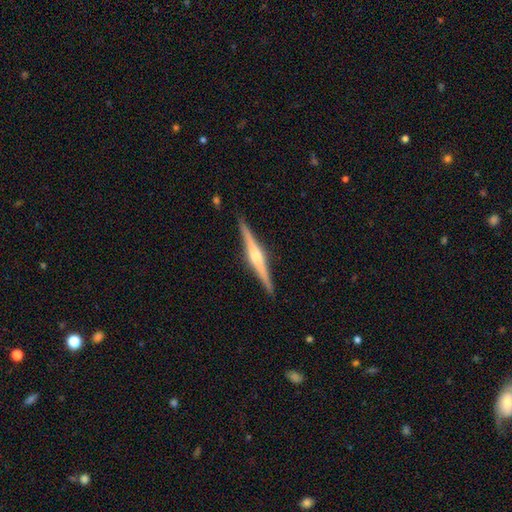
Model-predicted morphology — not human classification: This appears to be a featured or disk galaxy (80%) viewed edge-on (99%) with a rounded central bulge (83%). Merging: none (91%).